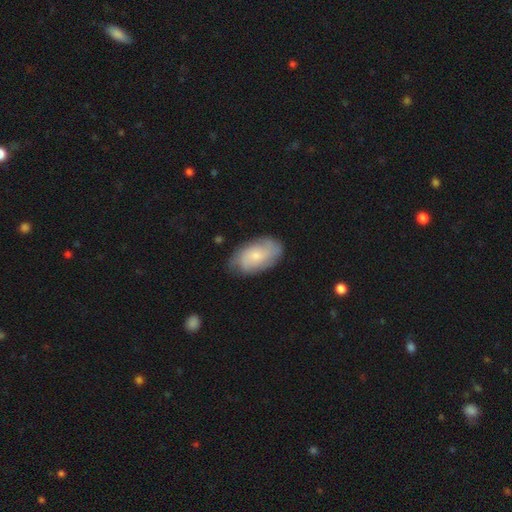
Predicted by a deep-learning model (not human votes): A smooth galaxy with no disk features (49%). Merging: none (74%).